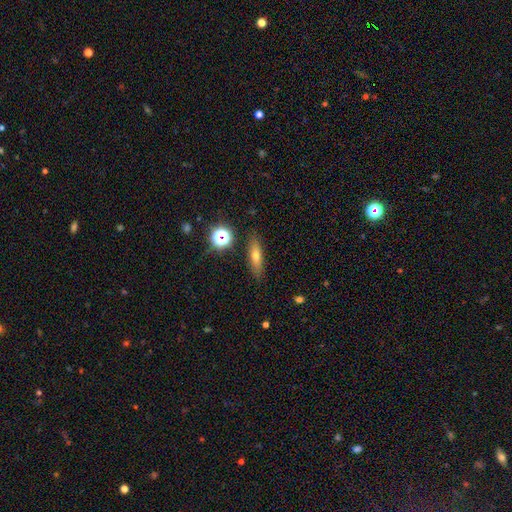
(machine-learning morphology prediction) smooth 61%, featured or disk 27%, star or artifact 12%. Down the decision tree: how rounded — cigar-shaped (60%); merging — none (85%).